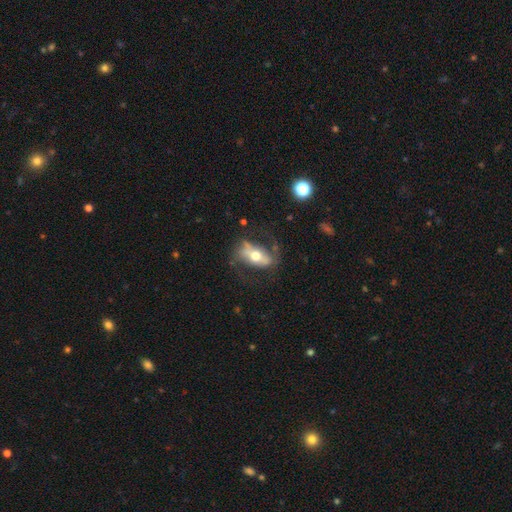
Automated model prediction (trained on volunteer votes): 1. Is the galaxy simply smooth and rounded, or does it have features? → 60% featured or disk, 34% smooth, 7% star or artifact.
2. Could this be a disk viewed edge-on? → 81% no, 19% yes.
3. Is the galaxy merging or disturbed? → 59% none, 21% minor disturbance, 18% major disturbance, 2% merger.